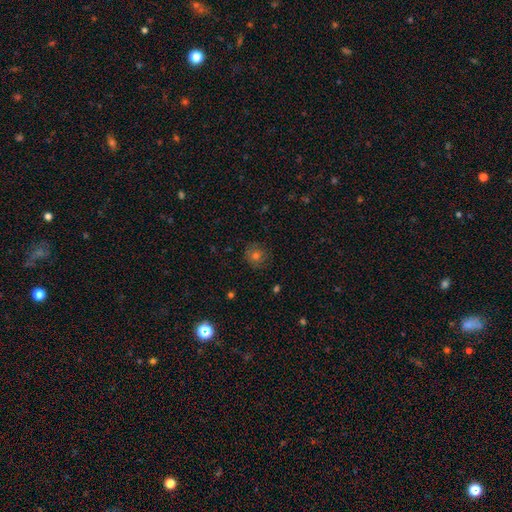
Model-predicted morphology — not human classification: Overall: smooth (63%). How rounded: round (91%). Merging: none (86%).